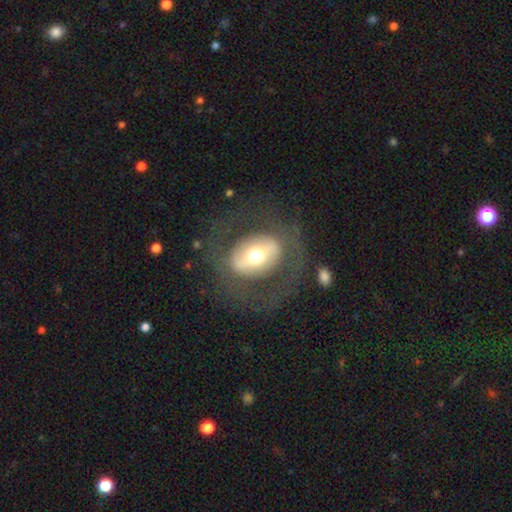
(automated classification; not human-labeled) A featured or disk galaxy (55%) with a strong bar (40%), no spiral arms (74%) and a moderate central bulge (60%). Merging: none (70%).